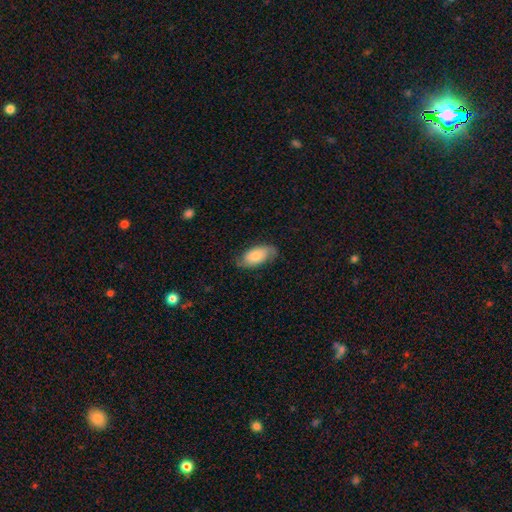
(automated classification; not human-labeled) smooth_or_featured: smooth (p=0.58) [alt: featured or disk p=0.35]
how_rounded: in between (p=0.92) [alt: cigar-shaped p=0.05]
merging: none (p=0.72) [alt: minor disturbance p=0.21]